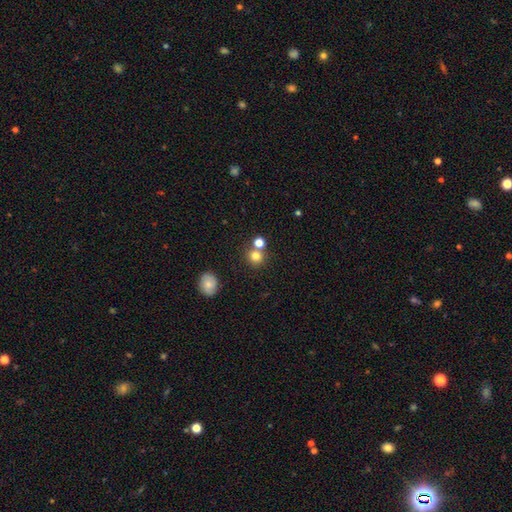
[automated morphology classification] Q: Smooth or featured?
A: smooth (77%); runner-up: star or artifact (14%)
Q: How rounded?
A: round (87%); runner-up: in between (12%)
Q: Merging?
A: none (64%); runner-up: merger (26%)